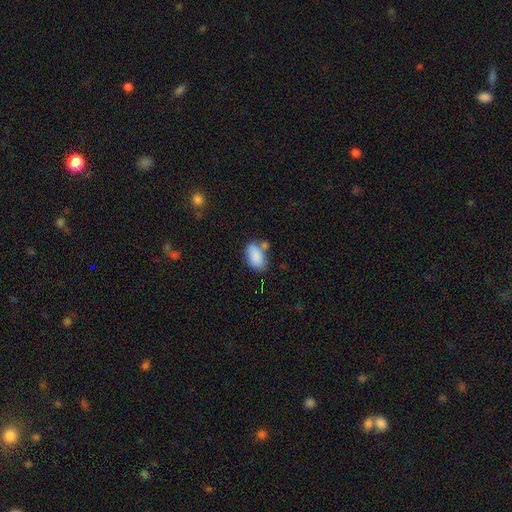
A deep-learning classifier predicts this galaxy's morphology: Smooth or featured? Predicted: smooth (p=0.86). How rounded? Predicted: in between (p=0.93). Merging? Predicted: none (p=0.54).